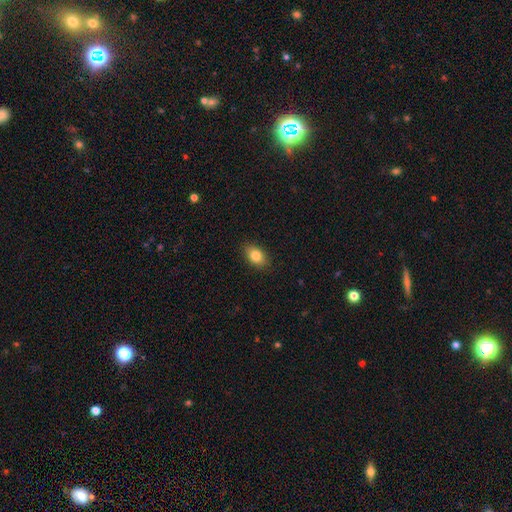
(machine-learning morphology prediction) This is clearly a smooth galaxy (84%). How rounded: clearly in between (84%). Merging: clearly none (87%).